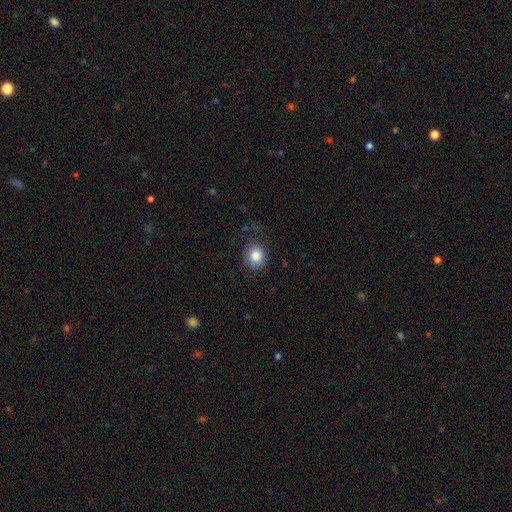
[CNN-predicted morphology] type=smooth (85%); roundness=round (77%); merging=none (78%).